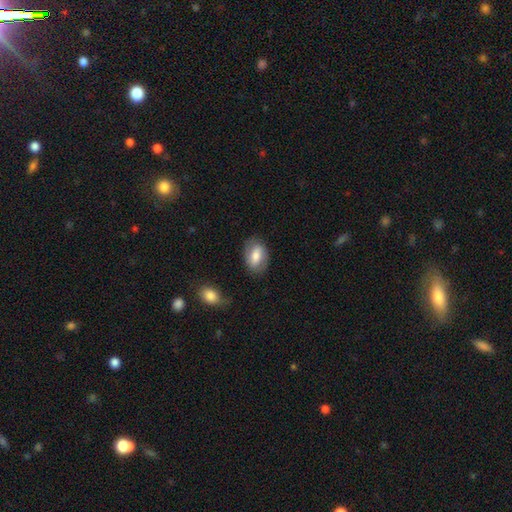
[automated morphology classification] This is likely a smooth galaxy (63%). How rounded: clearly in between (88%). Merging: likely none (77%).